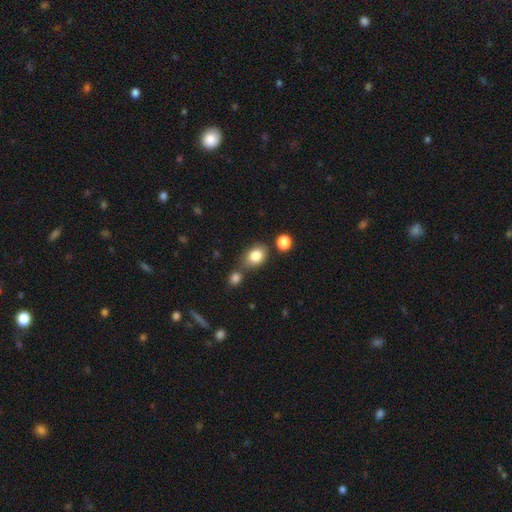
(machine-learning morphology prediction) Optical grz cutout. It shows a smooth galaxy with no disk features (84%) that is in between round and cigar-shaped (63%). Merging: none (62%).